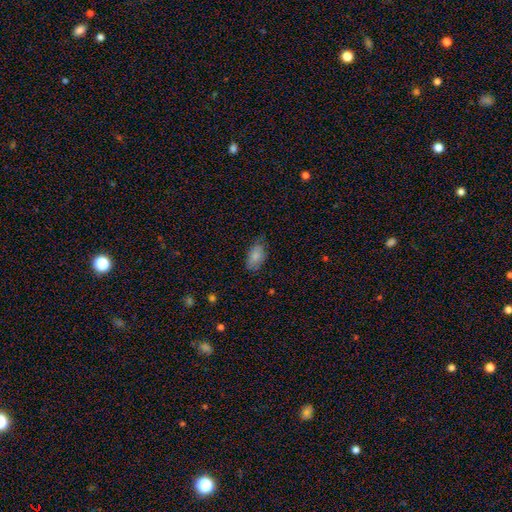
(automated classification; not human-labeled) A smooth galaxy with no disk features (82%) that is in between round and cigar-shaped (92%). Merging: none (66%).